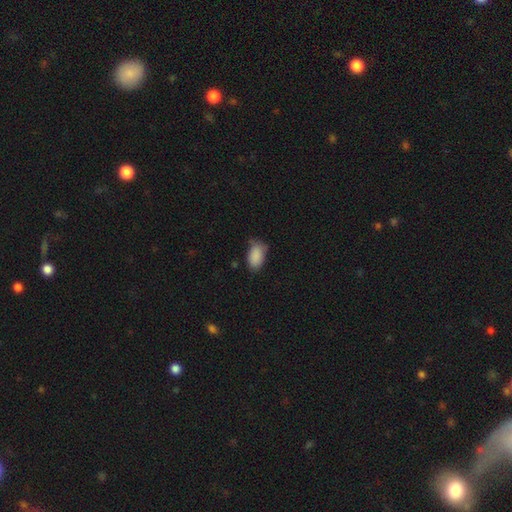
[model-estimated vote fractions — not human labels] This appears to be a smooth galaxy with no disk features (87%) that is in between round and cigar-shaped (93%). Merging: none (57%).